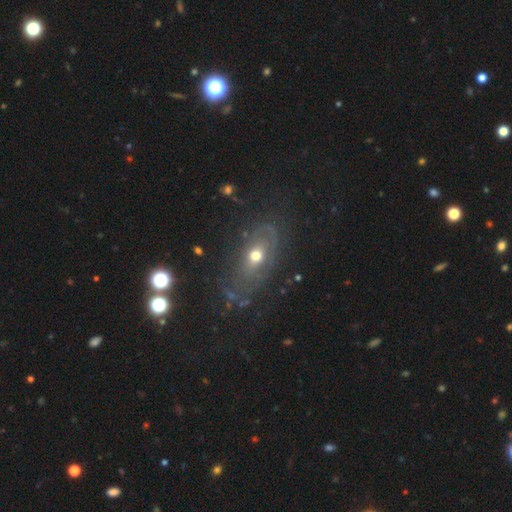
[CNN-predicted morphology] A featured or disk galaxy (53%). Merging: none (66%).